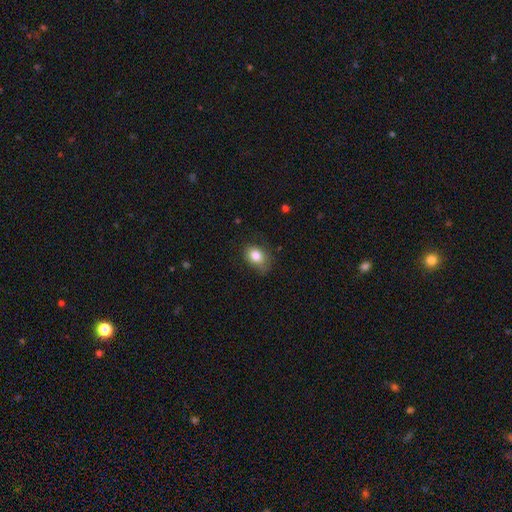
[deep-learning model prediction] smooth 82%, featured or disk 9%, star or artifact 9%. Down the decision tree: how rounded — in between (65%); merging — none (59%).